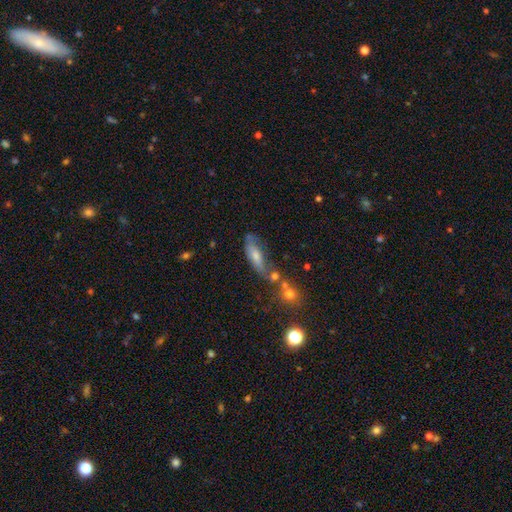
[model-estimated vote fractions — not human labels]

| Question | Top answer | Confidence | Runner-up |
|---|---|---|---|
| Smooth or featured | smooth | 62% | featured or disk (29%) |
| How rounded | in between | 61% | cigar-shaped (36%) |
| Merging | none | 40% | minor disturbance (25%) |